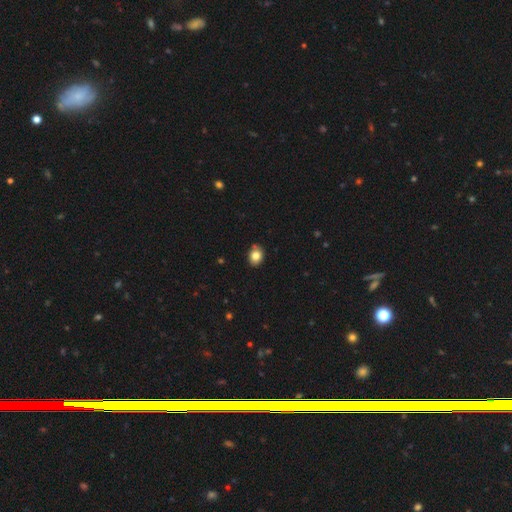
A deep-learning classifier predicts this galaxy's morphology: This appears to be a smooth galaxy with no disk features (82%) that is in between round and cigar-shaped (52%). Merging: none (82%).